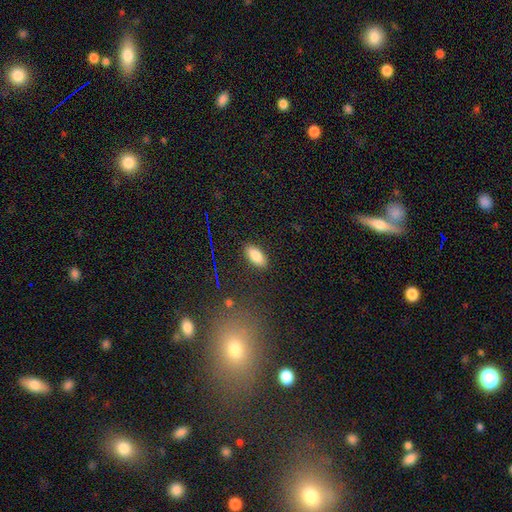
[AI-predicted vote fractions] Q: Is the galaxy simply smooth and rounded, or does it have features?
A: smooth — 81%.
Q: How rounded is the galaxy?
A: in between — 85%.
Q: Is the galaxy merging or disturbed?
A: none — 88%.